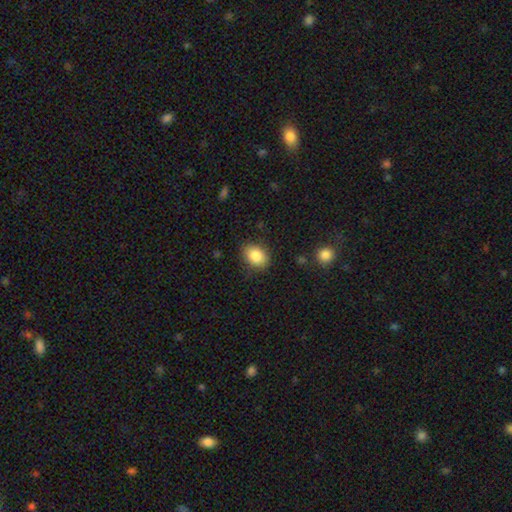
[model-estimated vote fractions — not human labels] A smooth galaxy with no disk features (86%) that is in between round and cigar-shaped (71%). Merging: none (83%).